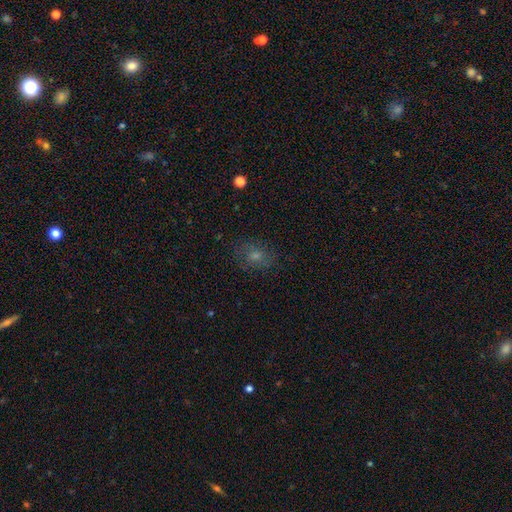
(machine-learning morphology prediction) type=smooth (58%); roundness=in between (57%); merging=none (75%).